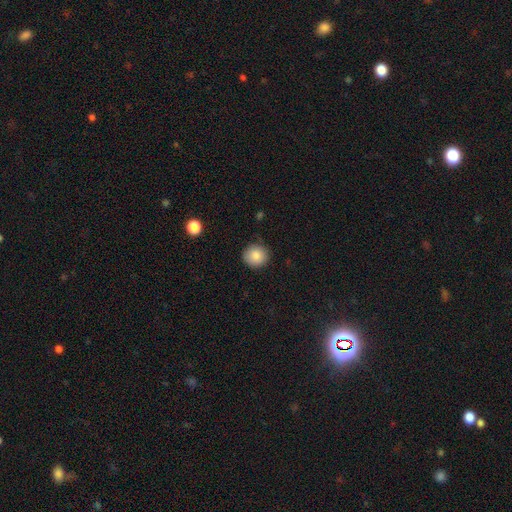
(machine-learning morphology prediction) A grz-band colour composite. It shows a smooth galaxy with no disk features (85%) that is round (92%). Merging: none (87%).